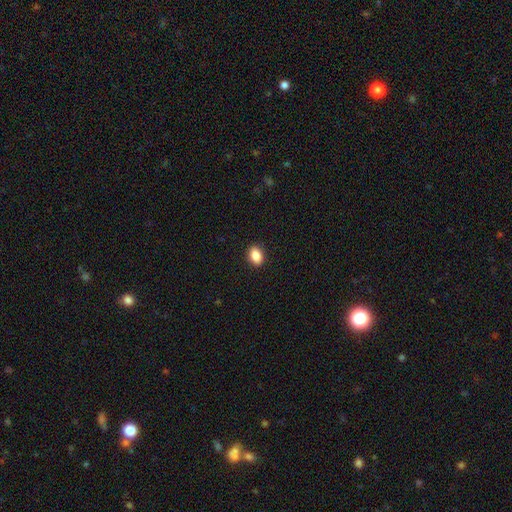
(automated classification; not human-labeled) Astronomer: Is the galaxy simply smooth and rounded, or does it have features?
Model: smooth — 87%.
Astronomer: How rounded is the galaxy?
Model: in between — 83%.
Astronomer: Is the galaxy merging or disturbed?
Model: none — 90%.